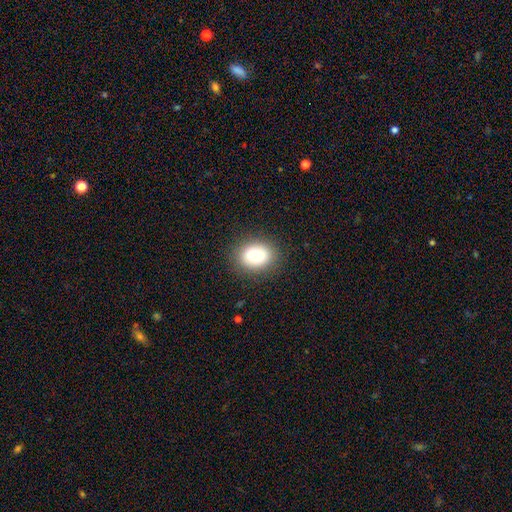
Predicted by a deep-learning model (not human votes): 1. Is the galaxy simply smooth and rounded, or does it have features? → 79% smooth, 12% featured or disk, 9% star or artifact.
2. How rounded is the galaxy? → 63% in between, 36% round, 1% cigar-shaped.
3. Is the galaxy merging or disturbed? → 86% none, 10% minor disturbance, 3% major disturbance, 1% merger.